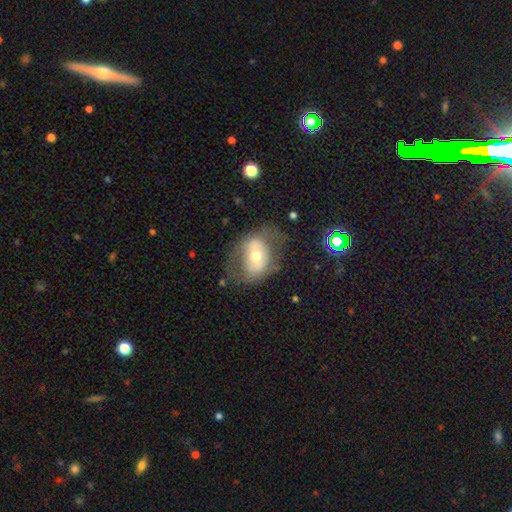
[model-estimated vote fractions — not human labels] Overall: featured or disk (52%; smooth 40%). Edge-on disk: no (92%). Merging: none (56%; minor disturbance 22%).